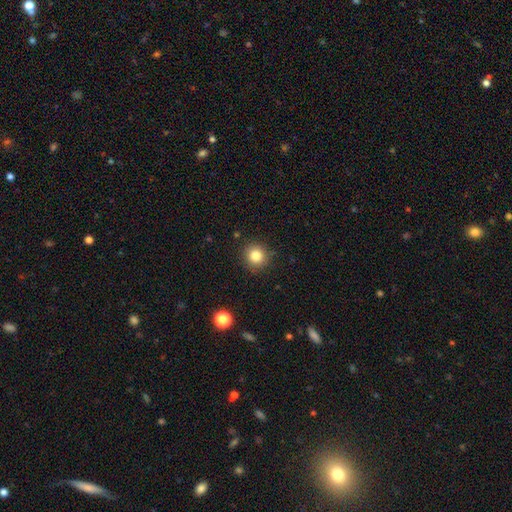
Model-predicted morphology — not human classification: Q: Smooth or featured?
A: smooth (83%); runner-up: star or artifact (11%)
Q: How rounded?
A: round (92%); runner-up: in between (7%)
Q: Merging?
A: none (88%); runner-up: minor disturbance (8%)